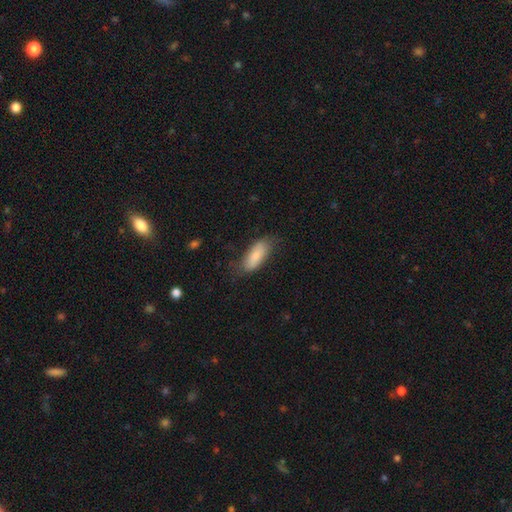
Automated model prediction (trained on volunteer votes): Smooth or featured?
  - smooth: 81% *
  - featured or disk: 13%
  - star or artifact: 6%
How rounded?
  - in between: 79% *
  - cigar-shaped: 19%
  - round: 2%
Merging?
  - none: 66% *
  - minor disturbance: 25%
  - major disturbance: 8%
  - merger: 1%